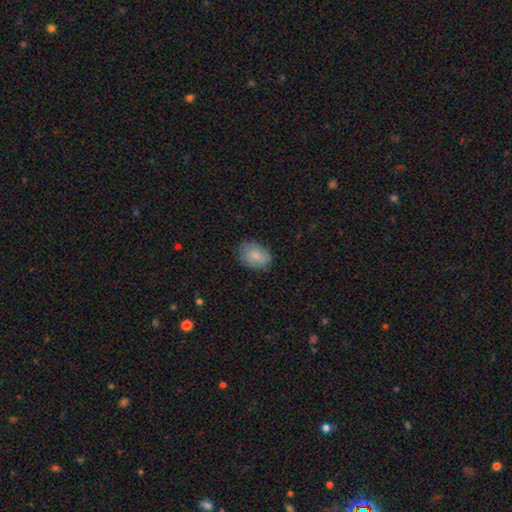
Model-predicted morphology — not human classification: Smooth or featured?
  - smooth: 81% *
  - featured or disk: 12%
  - star or artifact: 7%
How rounded?
  - in between: 80% *
  - round: 19%
  - cigar-shaped: 1%
Merging?
  - none: 76% *
  - minor disturbance: 18%
  - major disturbance: 4%
  - merger: 1%